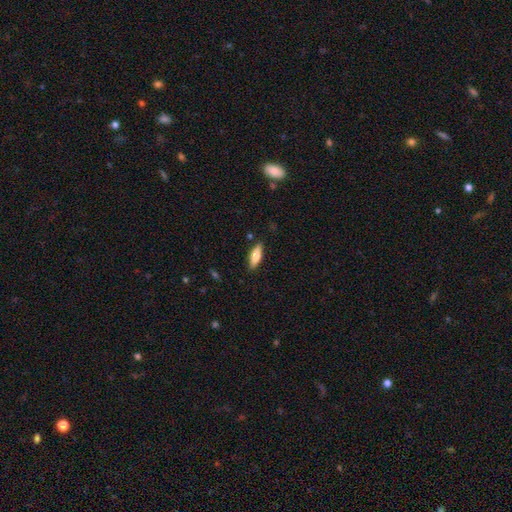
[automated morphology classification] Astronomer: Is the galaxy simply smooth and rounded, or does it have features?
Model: smooth — 70%.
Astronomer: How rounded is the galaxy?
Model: in between — 58% (runner-up: cigar-shaped, 40%).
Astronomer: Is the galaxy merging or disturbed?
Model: none — 86%.